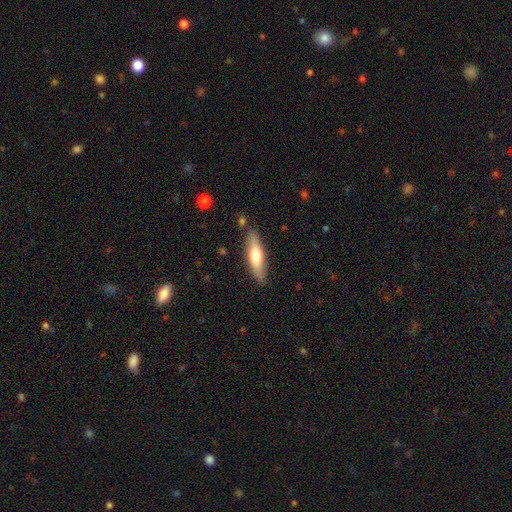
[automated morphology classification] smooth-or-featured: smooth: 60% | featured or disk: 34% | star or artifact: 5%
  how-rounded: cigar-shaped: 70% | in between: 28% | round: 2%
  merging: none: 84% | minor disturbance: 11% | merger: 3% | major disturbance: 2%